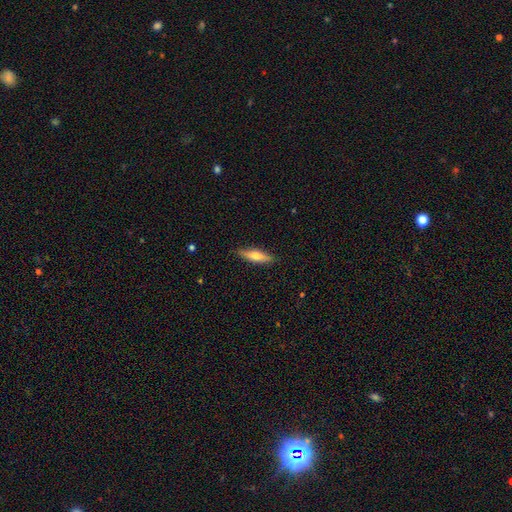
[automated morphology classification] The model was most divided on "smooth or featured": smooth: 59%, featured or disk: 35%, star or artifact: 6%. More confident: merging — none (89%); how rounded — cigar-shaped (67%).